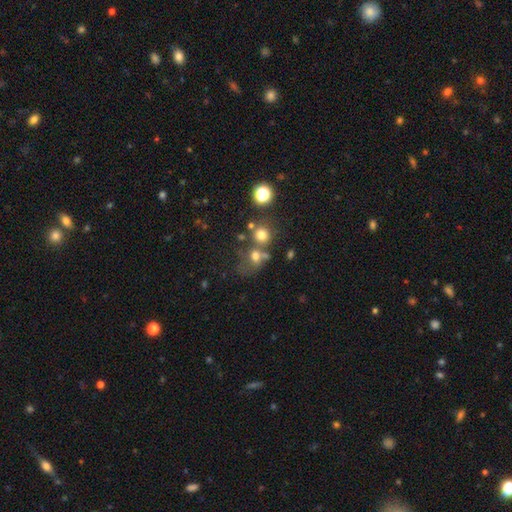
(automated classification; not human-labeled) Overall: smooth (66%). How rounded: round (71%). Merging: none (39%; merger 38%).